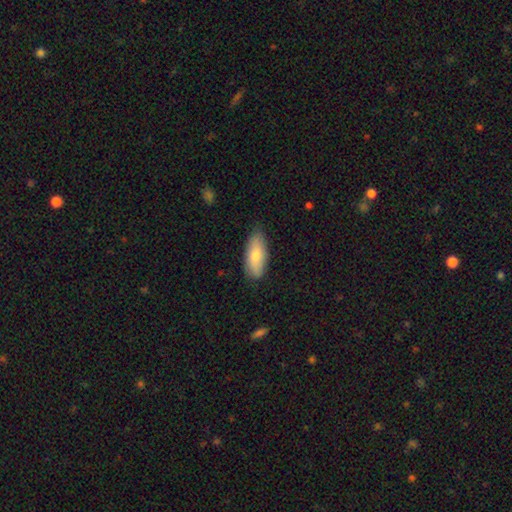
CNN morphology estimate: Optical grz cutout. It shows a smooth galaxy with no disk features (76%) that is in between round and cigar-shaped (82%). Merging: none (80%).